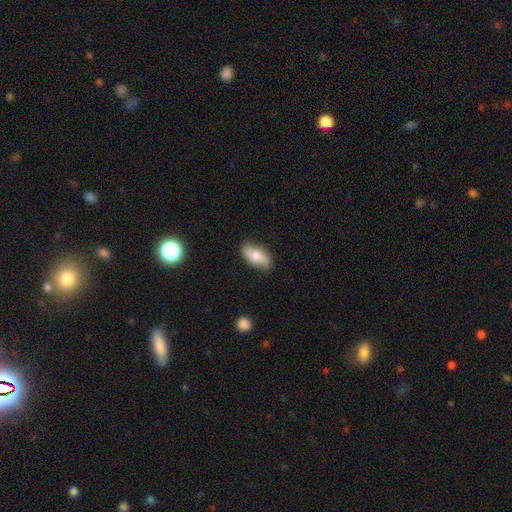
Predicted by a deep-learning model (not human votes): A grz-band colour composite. It shows a smooth galaxy with no disk features (66%) that is in between round and cigar-shaped (90%). Merging: none (81%).